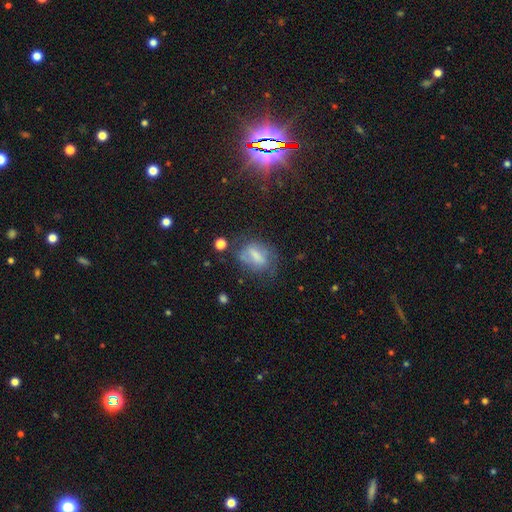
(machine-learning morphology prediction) This is possibly a smooth galaxy (58%). How rounded: likely in between (71%). Merging: possibly none (47%).